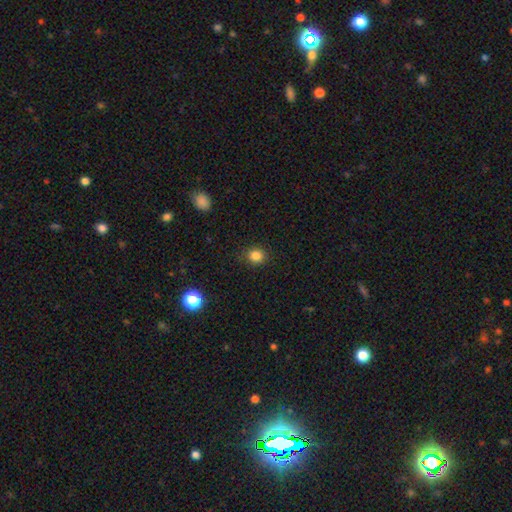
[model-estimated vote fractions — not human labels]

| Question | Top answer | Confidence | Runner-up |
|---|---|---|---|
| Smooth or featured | smooth | 83% | star or artifact (12%) |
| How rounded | round | 82% | in between (17%) |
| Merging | none | 88% | minor disturbance (8%) |